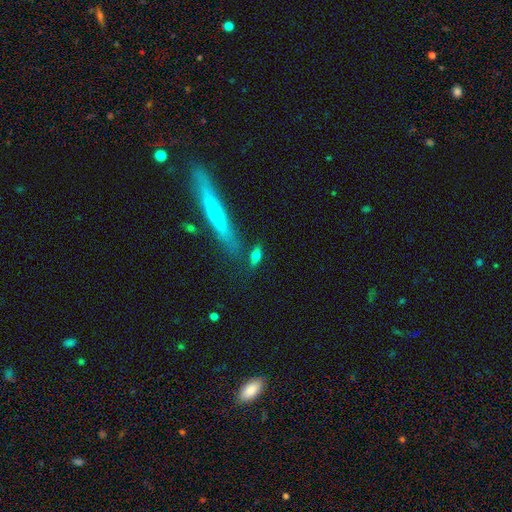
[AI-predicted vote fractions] smooth_or_featured: smooth (p=0.65) [alt: featured or disk p=0.24]
how_rounded: in between (p=0.59) [alt: cigar-shaped p=0.33]
merging: none (p=0.69) [alt: minor disturbance p=0.16]